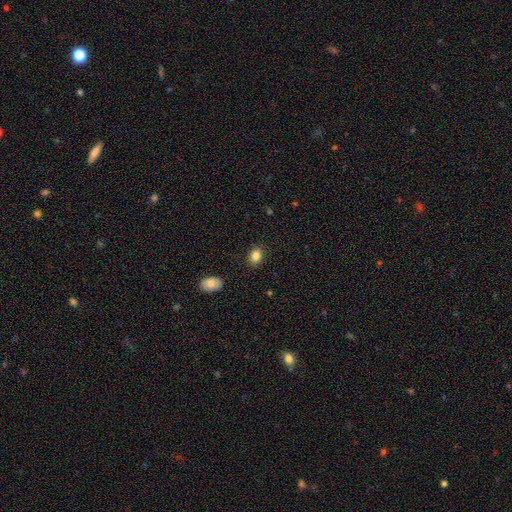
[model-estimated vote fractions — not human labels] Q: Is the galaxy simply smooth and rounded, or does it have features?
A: smooth — 84%.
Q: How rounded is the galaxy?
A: in between — 65%.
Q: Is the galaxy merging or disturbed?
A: none — 88%.